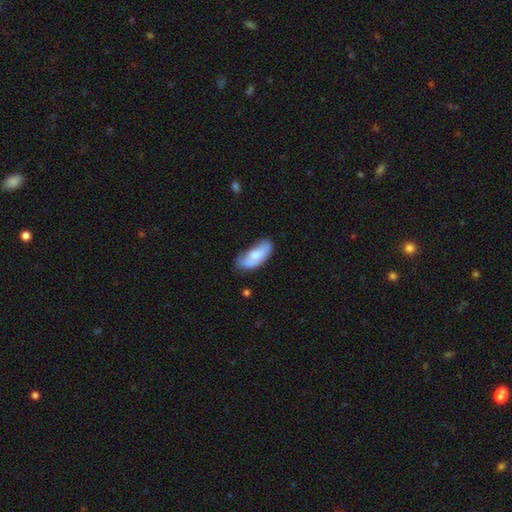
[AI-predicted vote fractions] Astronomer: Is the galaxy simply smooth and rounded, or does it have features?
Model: smooth — 69%.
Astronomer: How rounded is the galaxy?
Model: in between — 84%.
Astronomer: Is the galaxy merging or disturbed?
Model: none — 50% (runner-up: minor disturbance, 34%).